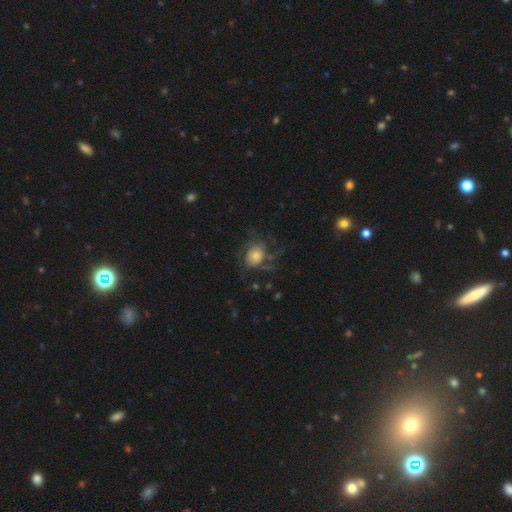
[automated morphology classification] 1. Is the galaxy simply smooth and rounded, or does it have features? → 60% featured or disk, 30% smooth, 10% star or artifact.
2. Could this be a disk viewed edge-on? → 97% no, 3% yes.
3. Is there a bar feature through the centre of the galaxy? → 77% no, 19% weak, 3% strong.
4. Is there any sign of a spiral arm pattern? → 84% yes, 16% no.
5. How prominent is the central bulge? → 38% moderate, 31% large, 20% small, 6% none, 6% dominant.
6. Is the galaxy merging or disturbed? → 51% none, 29% major disturbance, 18% minor disturbance, 2% merger.